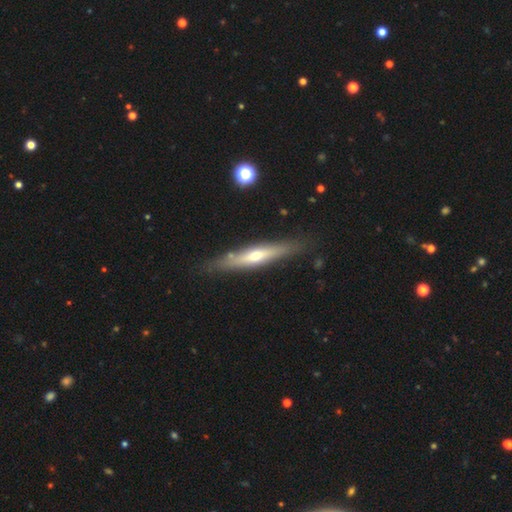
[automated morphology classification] A featured or disk galaxy (58%) viewed edge-on (90%) with a rounded central bulge (79%).

Vote fractions:
- Smooth or featured? featured or disk: 58% / smooth: 37% / star or artifact: 6%
- Edge-on disk? yes: 90% / no: 10%
- Edge-on bulge? rounded: 79% / none: 16% / boxy: 5%
- Merging? none: 83% / minor disturbance: 12% / merger: 3% / major disturbance: 3%